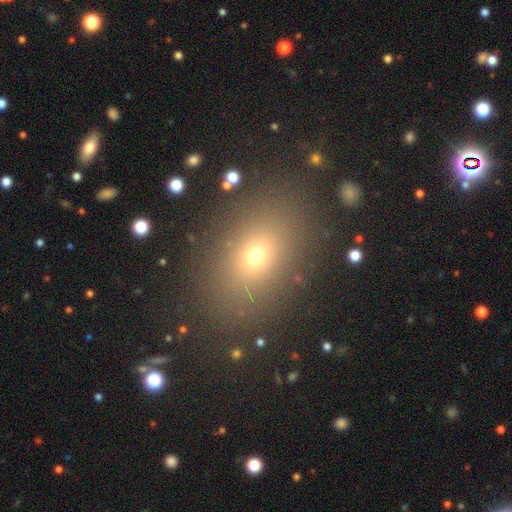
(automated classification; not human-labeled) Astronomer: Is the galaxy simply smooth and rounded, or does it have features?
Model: smooth — 65%.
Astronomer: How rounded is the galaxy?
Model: in between — 65%.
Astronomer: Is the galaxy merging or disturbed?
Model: none — 86%.